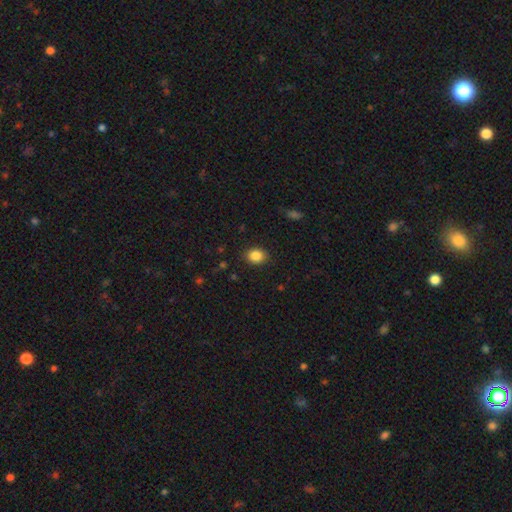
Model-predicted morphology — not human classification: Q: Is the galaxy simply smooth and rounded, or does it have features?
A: smooth — 86%.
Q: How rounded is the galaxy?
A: in between — 55%.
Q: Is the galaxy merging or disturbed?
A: none — 89%.